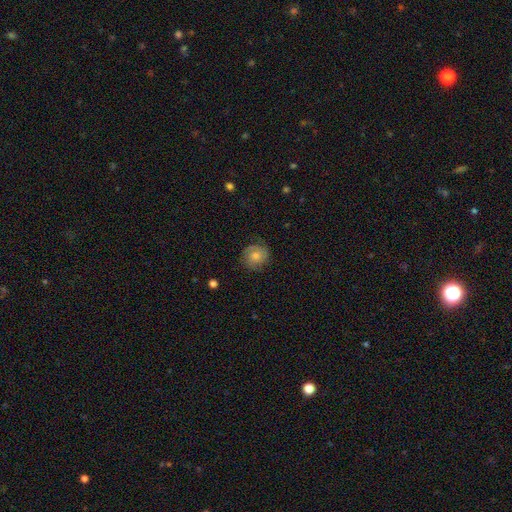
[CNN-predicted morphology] Q: Smooth or featured?
A: featured or disk (47%); runner-up: smooth (42%)
Q: Merging?
A: none (80%); runner-up: minor disturbance (14%)